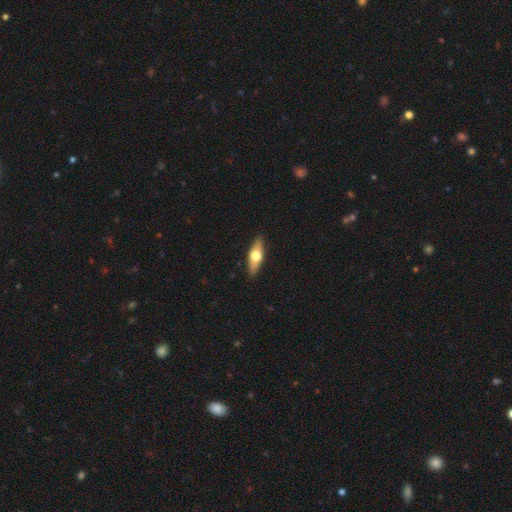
Smooth or featured? smooth (50%)
How rounded? cigar-shaped (72%)
Merging? none (94%)